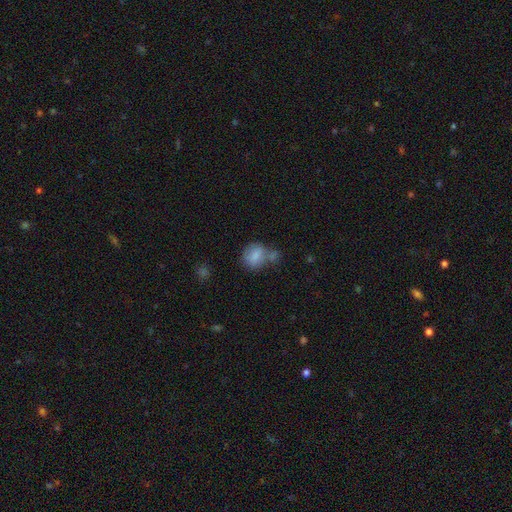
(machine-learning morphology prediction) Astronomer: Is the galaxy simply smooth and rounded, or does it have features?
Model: smooth — 77%.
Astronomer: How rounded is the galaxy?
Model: round — 51% (runner-up: in between, 47%).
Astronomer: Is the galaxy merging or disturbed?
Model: none — 39% (runner-up: merger, 31%).